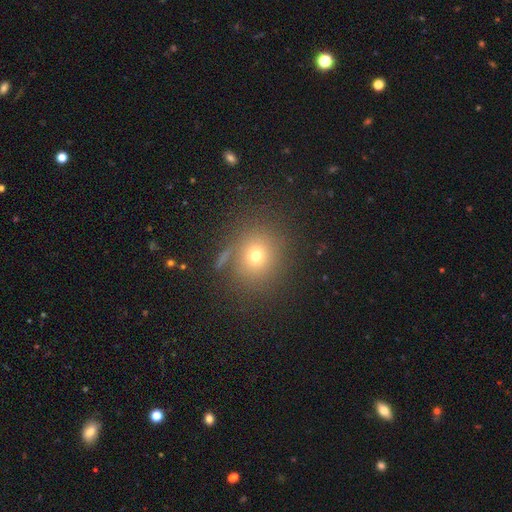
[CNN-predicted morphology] Q: Smooth or featured?
A: smooth (68%); runner-up: star or artifact (21%)
Q: How rounded?
A: round (81%); runner-up: in between (18%)
Q: Merging?
A: none (80%); runner-up: minor disturbance (10%)